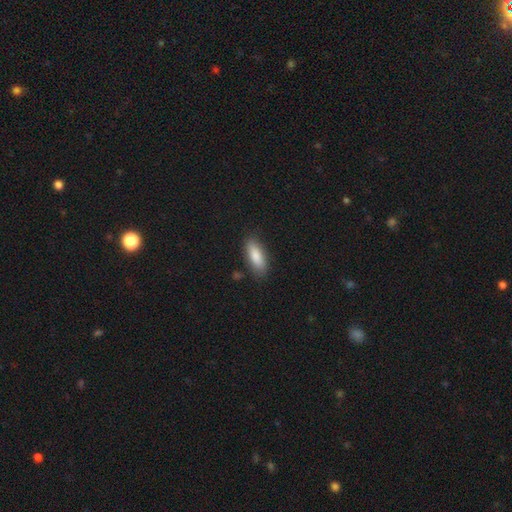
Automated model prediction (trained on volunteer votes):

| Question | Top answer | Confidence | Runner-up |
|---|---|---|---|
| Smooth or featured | smooth | 85% | featured or disk (8%) |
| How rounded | in between | 70% | cigar-shaped (29%) |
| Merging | none | 84% | minor disturbance (12%) |